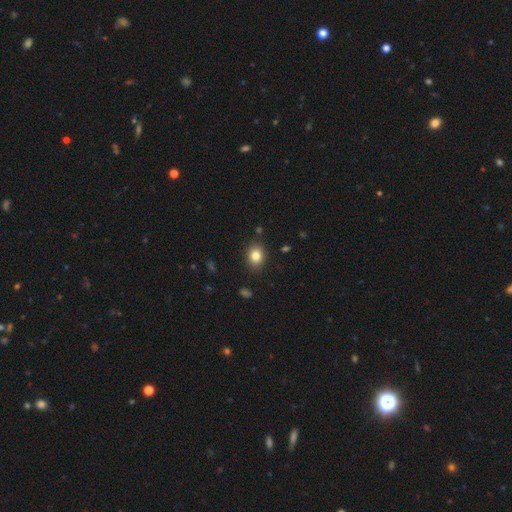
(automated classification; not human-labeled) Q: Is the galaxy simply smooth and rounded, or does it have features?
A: smooth — 83%.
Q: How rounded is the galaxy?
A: round — 50%.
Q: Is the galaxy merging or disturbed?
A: none — 87%.